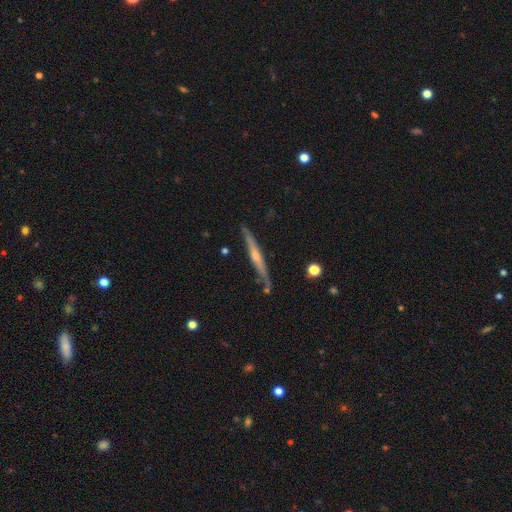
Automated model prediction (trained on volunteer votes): This is likely a featured or disk galaxy (69%). It is clearly viewed edge-on (97%). Edge-on bulge: likely rounded (62%). Merging: clearly none (82%).